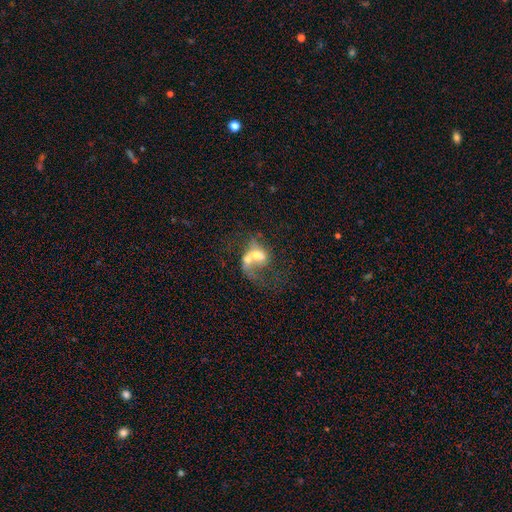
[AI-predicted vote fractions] smooth_or_featured: featured or disk (p=0.53) [alt: smooth p=0.37]
disk_edge_on: no (p=0.95) [alt: yes p=0.05]
bar: no (p=0.64) [alt: weak p=0.26]
has_spiral_arms: no (p=0.51) [alt: yes p=0.49]
bulge_size: moderate (p=0.53) [alt: large p=0.20]
merging: merger (p=0.62) [alt: major disturbance p=0.17]